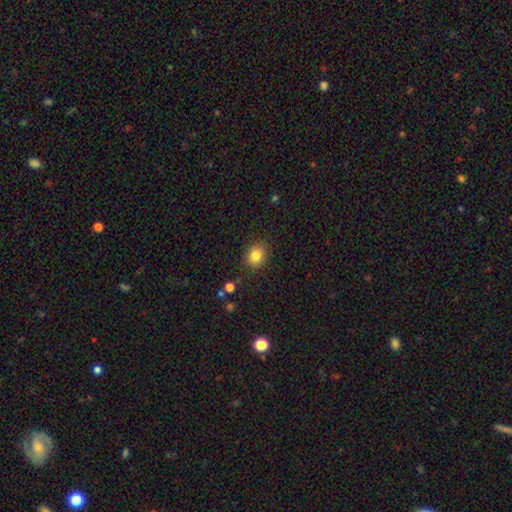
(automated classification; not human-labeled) smooth_or_featured: smooth (p=0.83) [alt: star or artifact p=0.10]
how_rounded: round (p=0.53) [alt: in between p=0.46]
merging: none (p=0.84) [alt: minor disturbance p=0.11]